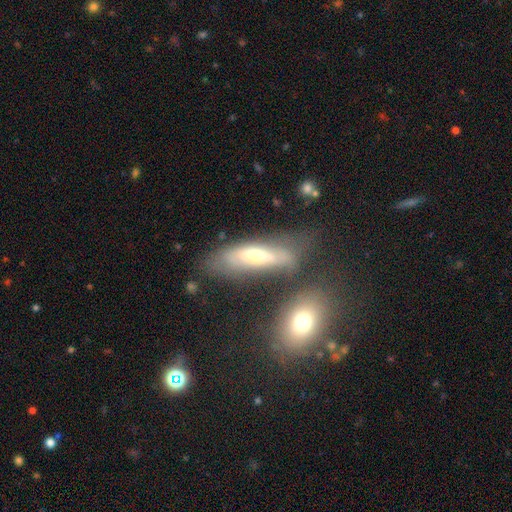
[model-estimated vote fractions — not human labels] smooth_or_featured: smooth (p=0.51) [alt: featured or disk p=0.41]
how_rounded: cigar-shaped (p=0.53) [alt: in between p=0.45]
merging: none (p=0.48) [alt: minor disturbance p=0.20]